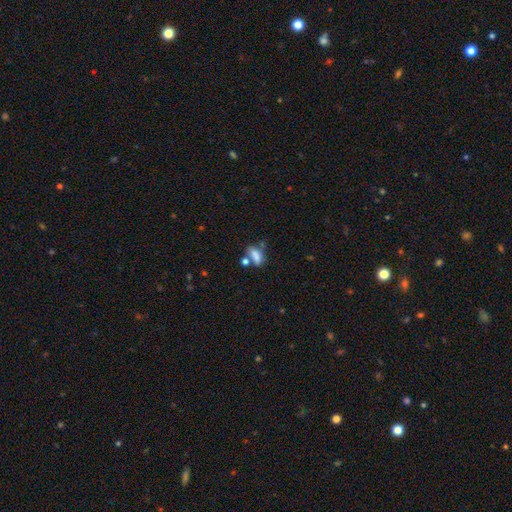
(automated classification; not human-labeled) Morphology: type=smooth (75%); roundness=in between (77%); merging=none (39%).